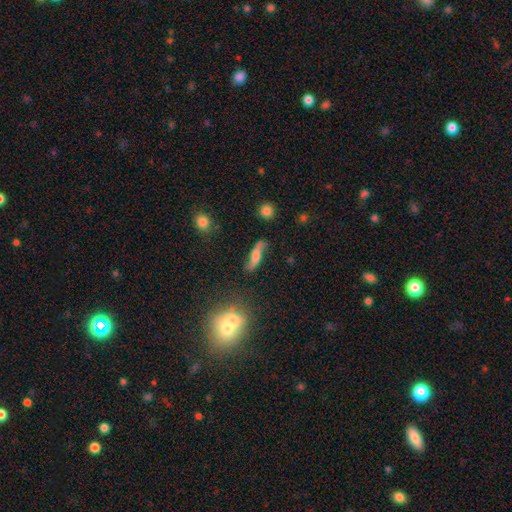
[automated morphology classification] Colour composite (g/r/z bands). It shows a featured or disk galaxy (65%). Merging: none (74%).